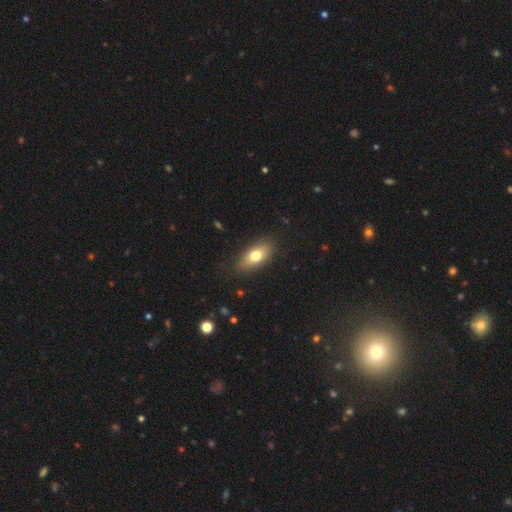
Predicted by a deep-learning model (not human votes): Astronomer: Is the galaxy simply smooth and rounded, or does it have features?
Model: smooth — 73%.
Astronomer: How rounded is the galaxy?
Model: in between — 84%.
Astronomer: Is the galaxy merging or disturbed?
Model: none — 84%.